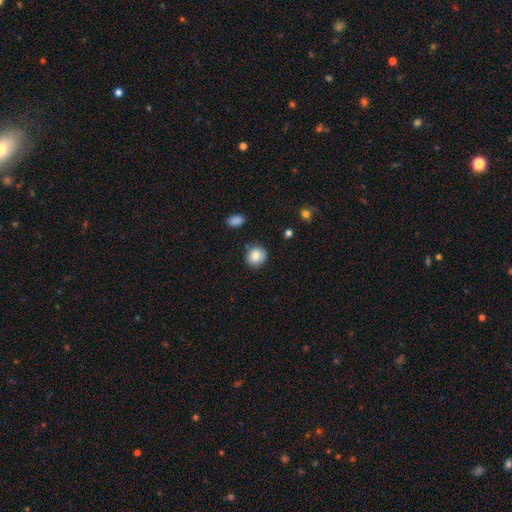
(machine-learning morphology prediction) type=smooth (83%); roundness=round (84%); merging=none (83%).